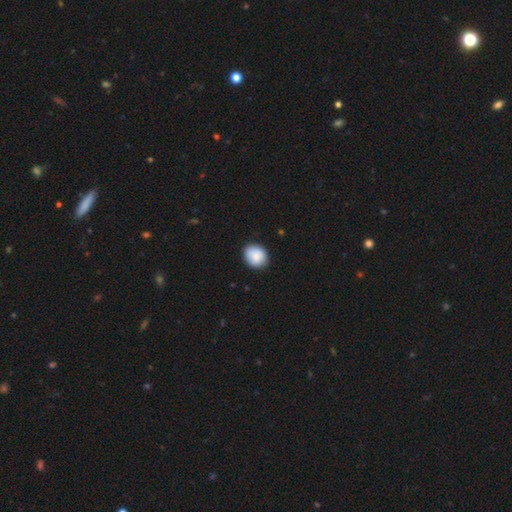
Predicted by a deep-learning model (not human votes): Q: Smooth or featured?
A: smooth (86%); runner-up: star or artifact (7%)
Q: How rounded?
A: round (65%); runner-up: in between (34%)
Q: Merging?
A: none (86%); runner-up: minor disturbance (11%)